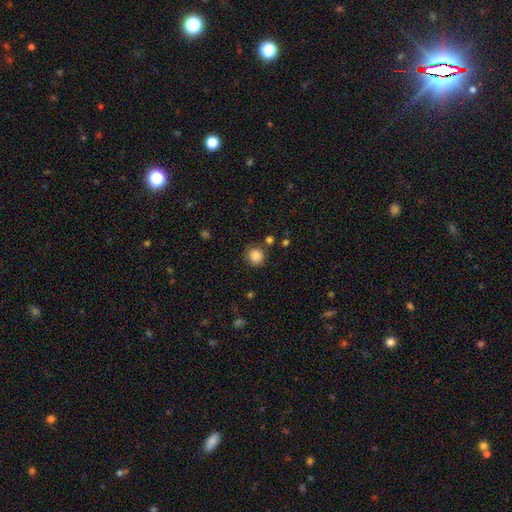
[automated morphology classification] A smooth galaxy with no disk features (86%) that is round (91%).

Vote fractions:
- Smooth or featured? smooth: 86% / star or artifact: 10% / featured or disk: 4%
- How rounded? round: 91% / in between: 8% / cigar-shaped: 1%
- Merging? none: 79% / minor disturbance: 12% / merger: 5% / major disturbance: 4%